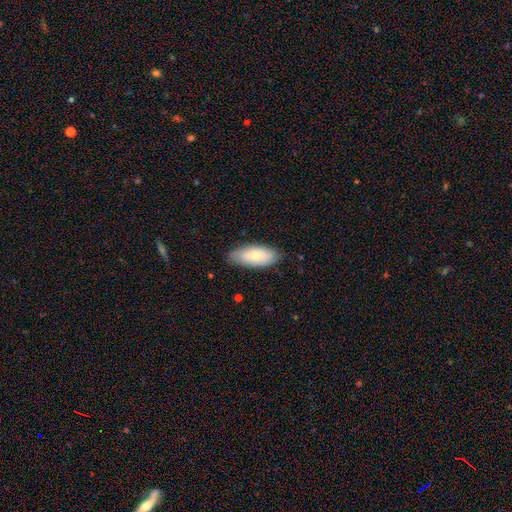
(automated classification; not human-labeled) This is likely a smooth galaxy (70%). How rounded: clearly in between (88%). Merging: clearly none (81%).